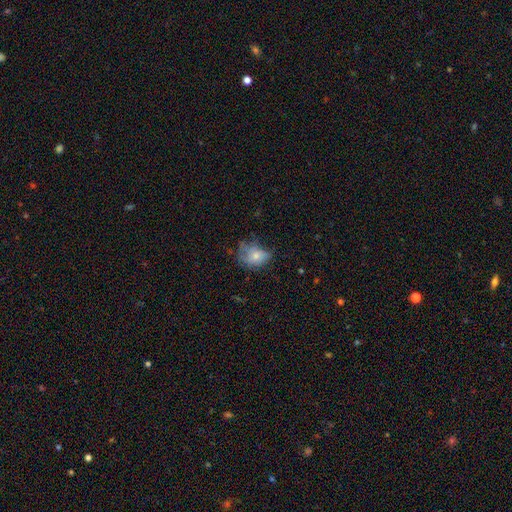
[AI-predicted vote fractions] A smooth galaxy with no disk features (64%) that is in between round and cigar-shaped (65%). Merging: none (35%).